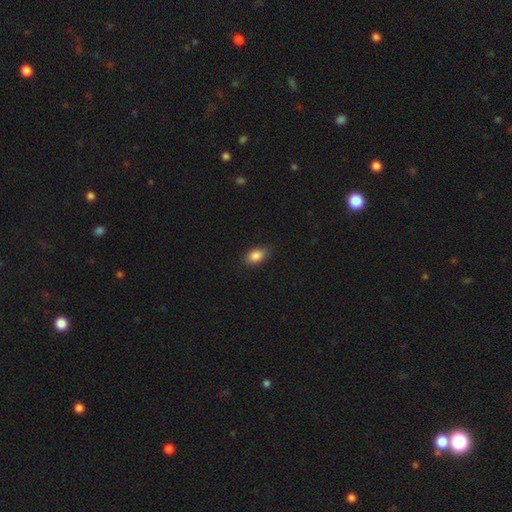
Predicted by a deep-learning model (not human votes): Overall: smooth (86%). How rounded: in between (85%). Merging: none (84%).